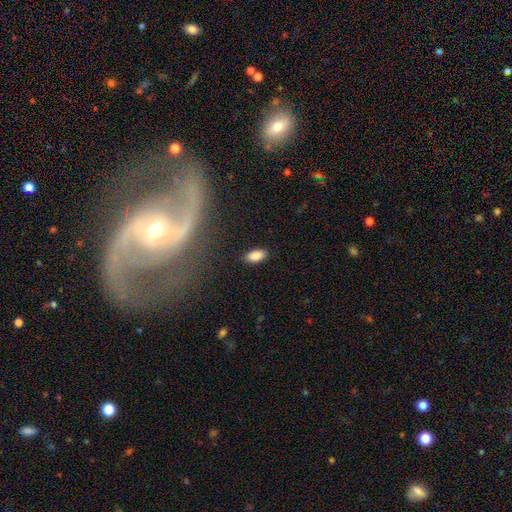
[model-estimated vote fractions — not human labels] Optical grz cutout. It shows a smooth galaxy with no disk features (87%) that is in between round and cigar-shaped (92%). Merging: none (88%).